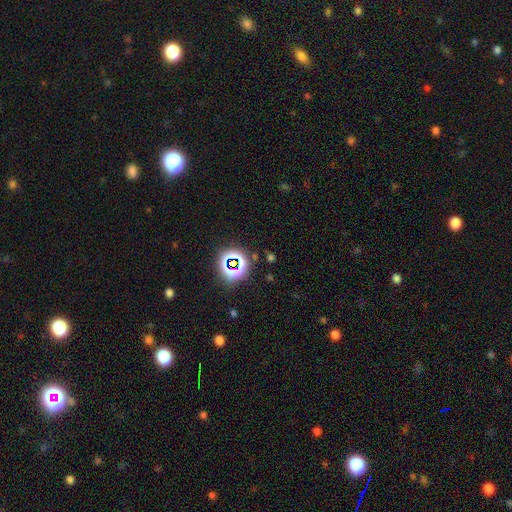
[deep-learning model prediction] star or artifact 74%, smooth 18%, featured or disk 8%.